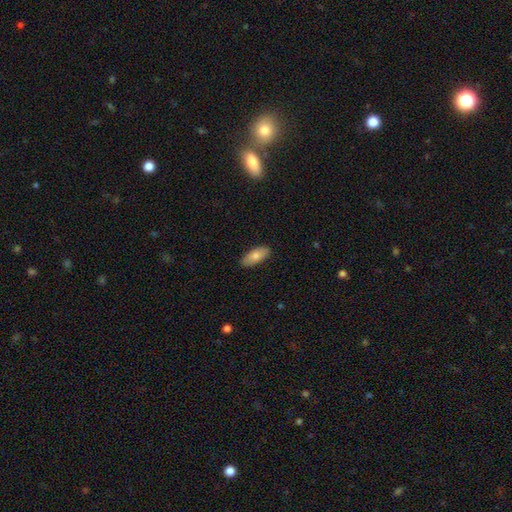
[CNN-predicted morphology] The model was most divided on "smooth or featured": smooth: 79%, featured or disk: 15%, star or artifact: 6%. More confident: merging — none (88%); how rounded — in between (84%).